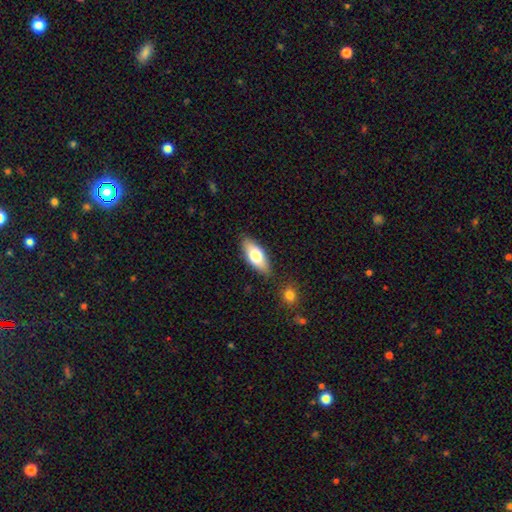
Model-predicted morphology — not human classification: Smooth or featured: smooth — 69% (featured or disk — 24%)
How rounded: in between — 80% (cigar-shaped — 17%)
Merging: none — 83% (minor disturbance — 11%)